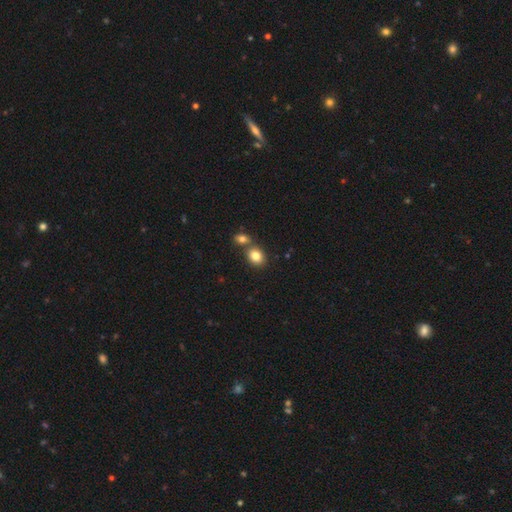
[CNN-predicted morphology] Smooth or featured? smooth (83%)
How rounded? in between (51%)
Merging? none (55%)